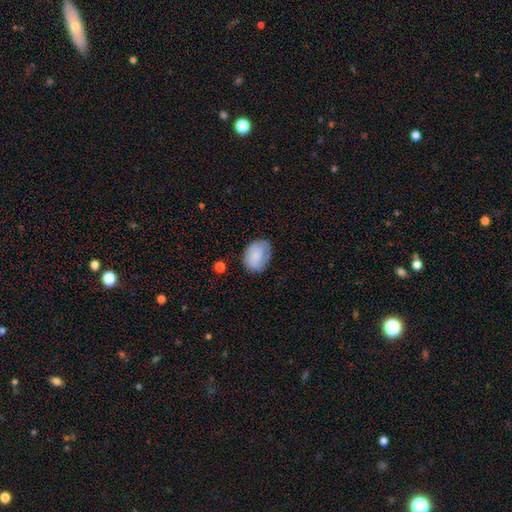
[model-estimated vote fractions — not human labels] Morphology: type=smooth (75%); roundness=in between (70%); merging=none (67%).